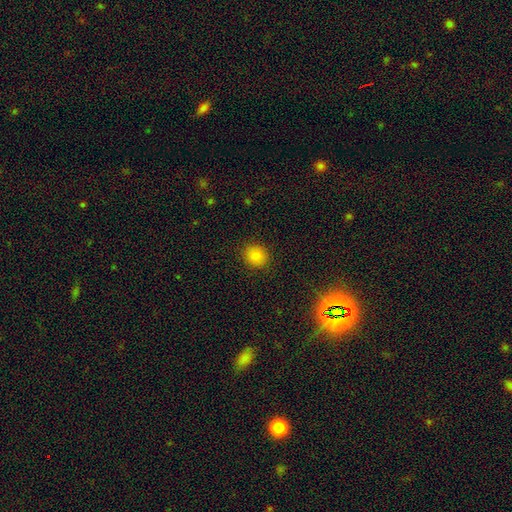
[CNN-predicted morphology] type=smooth (82%); roundness=round (82%); merging=none (90%).